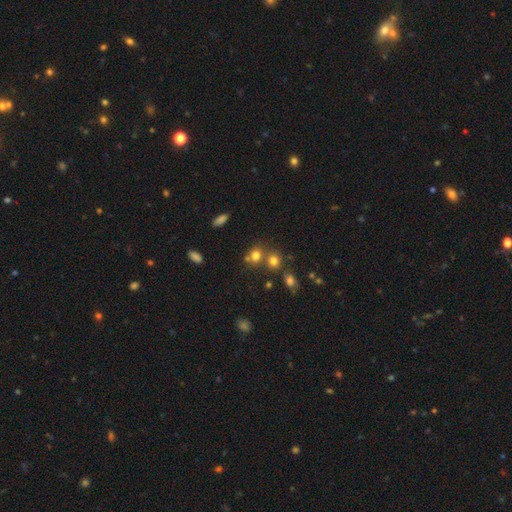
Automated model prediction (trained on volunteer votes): smooth-or-featured: smooth: 72% | star or artifact: 18% | featured or disk: 10%
  how-rounded: round: 78% | in between: 20% | cigar-shaped: 1%
  merging: none: 54% | merger: 33% | minor disturbance: 9% | major disturbance: 4%